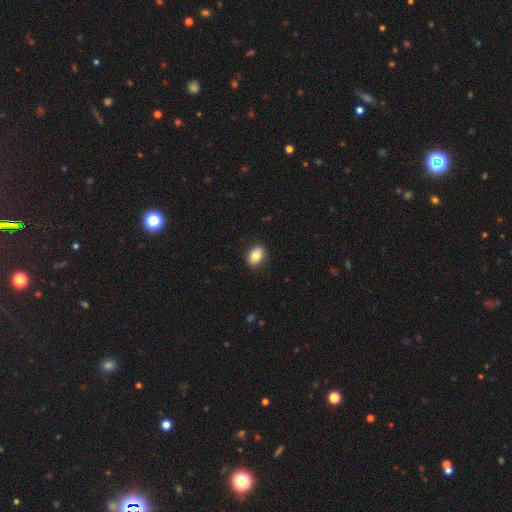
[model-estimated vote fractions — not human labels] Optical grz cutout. It shows a smooth galaxy with no disk features (82%) that is in between round and cigar-shaped (74%). Merging: none (88%).